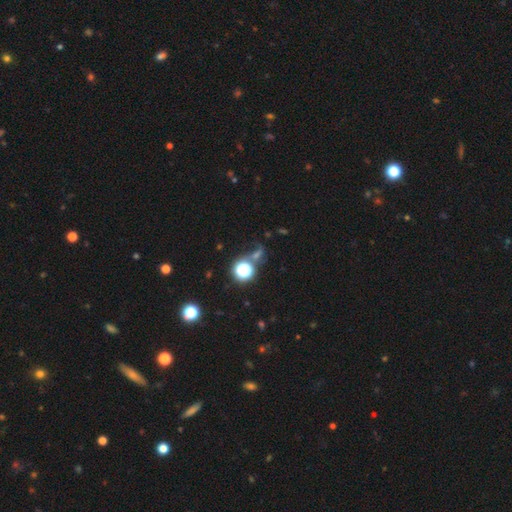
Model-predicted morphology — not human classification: A star or artifact, not a galaxy (59%).